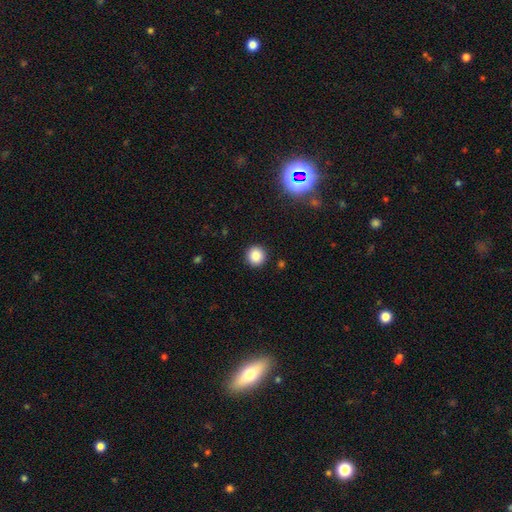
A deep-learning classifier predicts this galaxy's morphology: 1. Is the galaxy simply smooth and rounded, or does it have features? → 85% smooth, 11% star or artifact, 5% featured or disk.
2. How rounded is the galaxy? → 94% round, 5% in between, 1% cigar-shaped.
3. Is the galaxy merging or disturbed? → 92% none, 5% minor disturbance, 2% major disturbance, 1% merger.